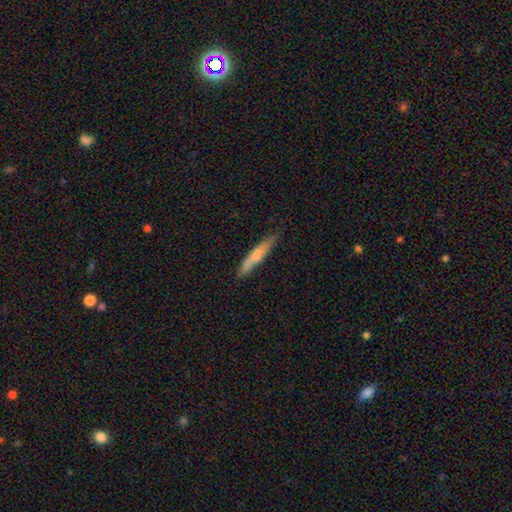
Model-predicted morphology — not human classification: Q: Smooth or featured?
A: smooth (62%); runner-up: featured or disk (33%)
Q: How rounded?
A: cigar-shaped (91%); runner-up: in between (7%)
Q: Merging?
A: none (74%); runner-up: minor disturbance (18%)